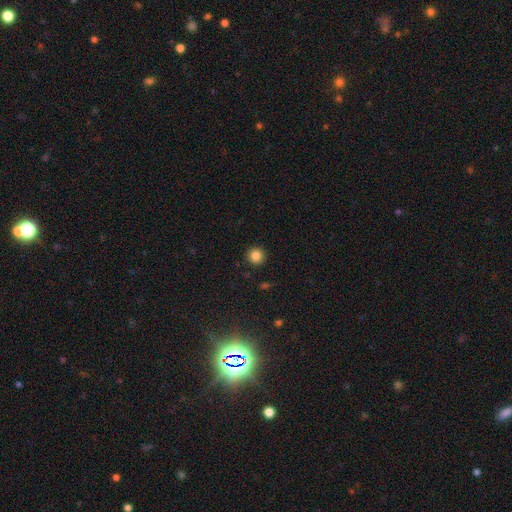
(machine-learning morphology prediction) Q: Smooth or featured?
A: smooth (85%); runner-up: star or artifact (11%)
Q: How rounded?
A: round (95%); runner-up: in between (4%)
Q: Merging?
A: none (92%); runner-up: minor disturbance (5%)